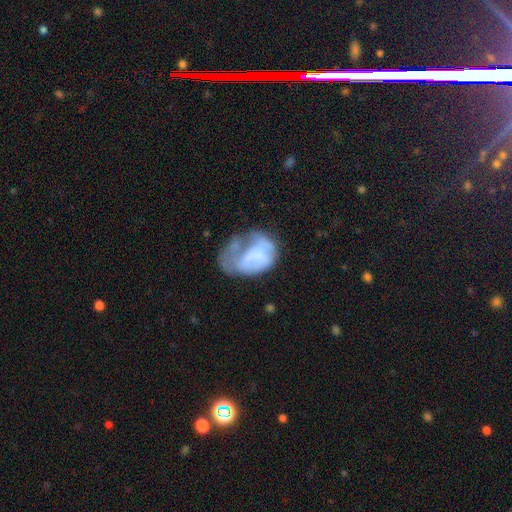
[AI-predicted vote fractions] Smooth or featured?
  - smooth: 50% *
  - featured or disk: 41%
  - star or artifact: 9%
How rounded?
  - in between: 79% *
  - round: 20%
  - cigar-shaped: 1%
Merging?
  - major disturbance: 43% *
  - minor disturbance: 26%
  - none: 21%
  - merger: 10%